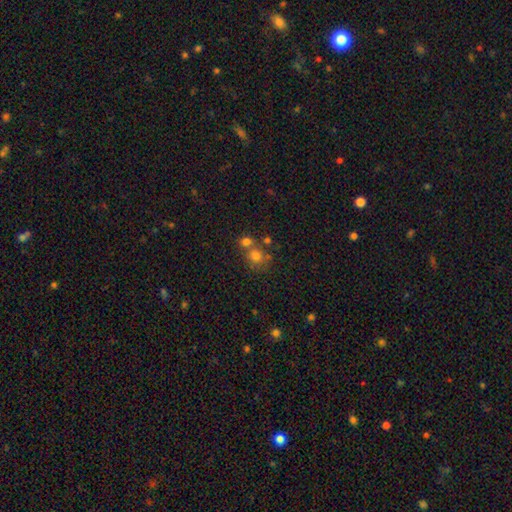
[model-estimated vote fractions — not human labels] Smooth or featured? smooth (70%)
How rounded? round (81%)
Merging? none (48%)